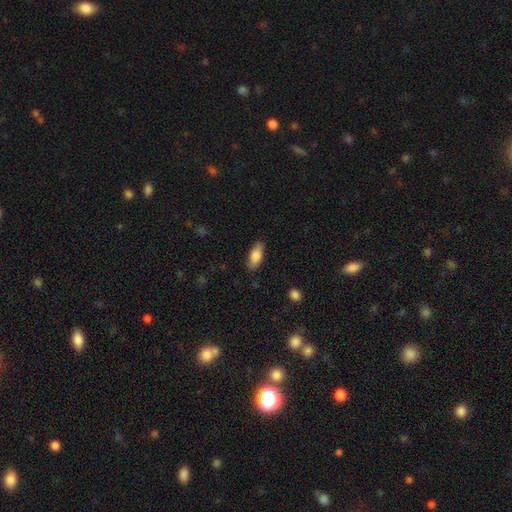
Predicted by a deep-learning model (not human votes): Smooth or featured? smooth (82%)
How rounded? in between (83%)
Merging? none (86%)